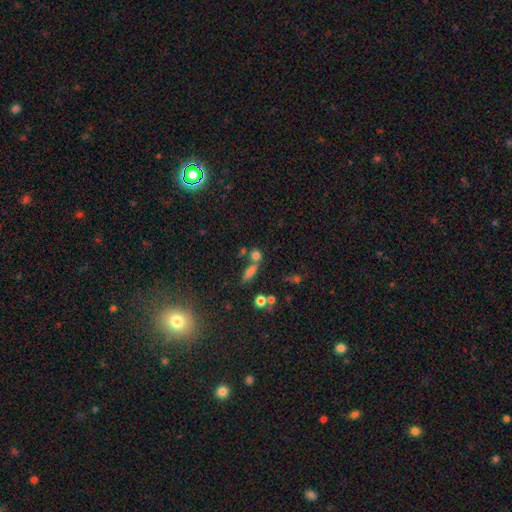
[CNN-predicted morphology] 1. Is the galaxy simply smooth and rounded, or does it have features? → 70% smooth, 17% star or artifact, 13% featured or disk.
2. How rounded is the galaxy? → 51% round, 32% in between, 17% cigar-shaped.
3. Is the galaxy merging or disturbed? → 50% none, 35% merger, 10% minor disturbance, 5% major disturbance.